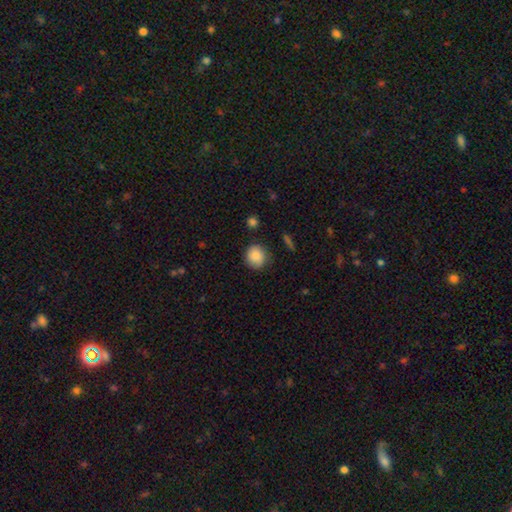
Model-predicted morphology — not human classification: smooth_or_featured: smooth (p=0.87) [alt: star or artifact p=0.08]
how_rounded: round (p=0.87) [alt: in between p=0.12]
merging: none (p=0.86) [alt: minor disturbance p=0.10]